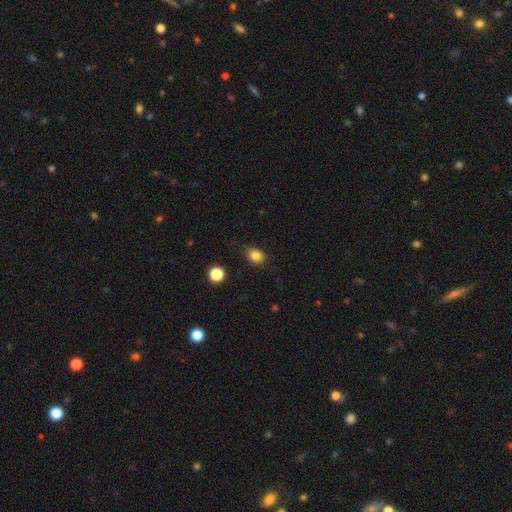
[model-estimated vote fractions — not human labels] This appears to be a smooth galaxy with no disk features (84%) that is round (52%). Merging: none (82%).